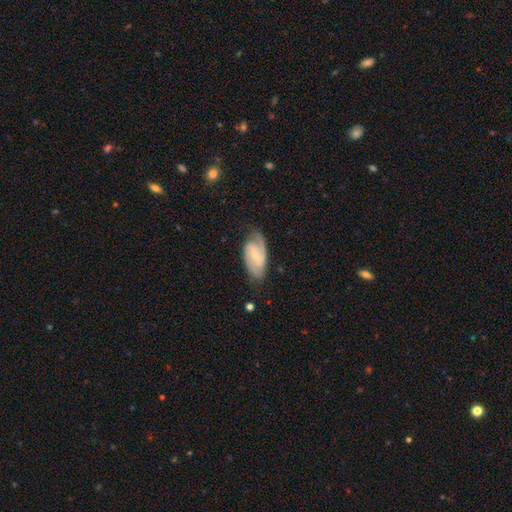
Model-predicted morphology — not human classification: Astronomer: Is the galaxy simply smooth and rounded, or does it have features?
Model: featured or disk — 81%.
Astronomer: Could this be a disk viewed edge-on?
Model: no — 96%.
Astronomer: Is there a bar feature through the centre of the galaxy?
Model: weak — 48% (runner-up: strong, 26%).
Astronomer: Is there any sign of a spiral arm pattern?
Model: yes — 95%.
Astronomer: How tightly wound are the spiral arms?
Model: medium — 48% (runner-up: tight, 34%).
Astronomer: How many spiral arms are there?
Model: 2 — 82%.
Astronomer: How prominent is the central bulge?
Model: small — 66%.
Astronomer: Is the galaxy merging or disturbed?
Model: none — 73%.